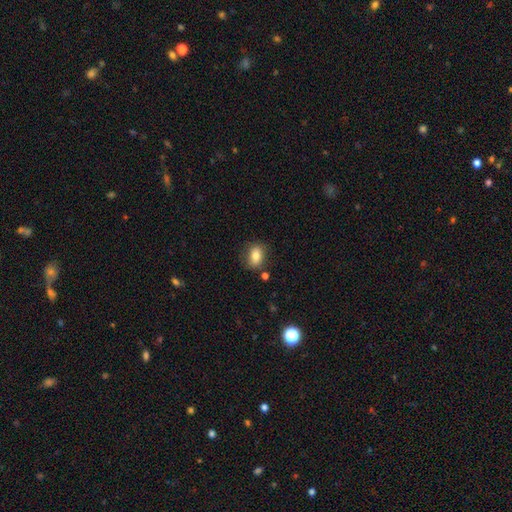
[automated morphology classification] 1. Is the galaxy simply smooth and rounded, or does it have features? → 82% smooth, 9% featured or disk, 9% star or artifact.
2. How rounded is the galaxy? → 75% in between, 23% round, 2% cigar-shaped.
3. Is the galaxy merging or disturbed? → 77% none, 15% minor disturbance, 4% merger, 4% major disturbance.